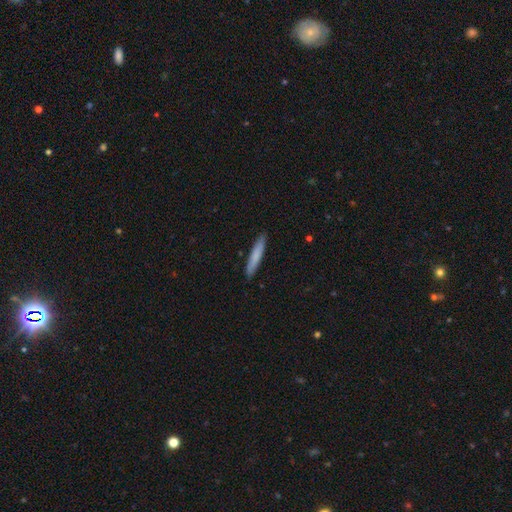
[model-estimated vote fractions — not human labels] Morphology: type=smooth (77%); roundness=cigar-shaped (93%); merging=none (90%).